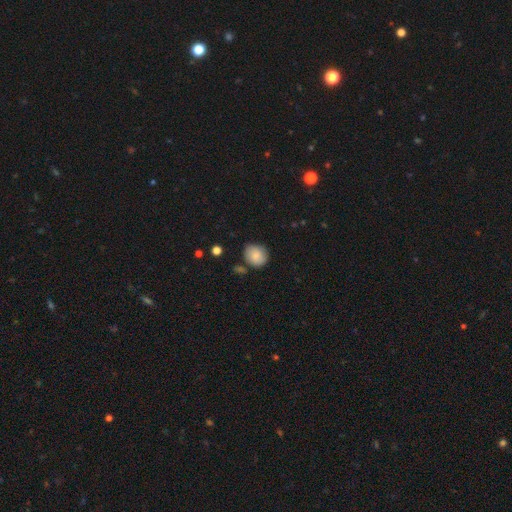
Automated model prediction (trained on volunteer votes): Overall: smooth (83%). How rounded: round (70%). Merging: none (74%).